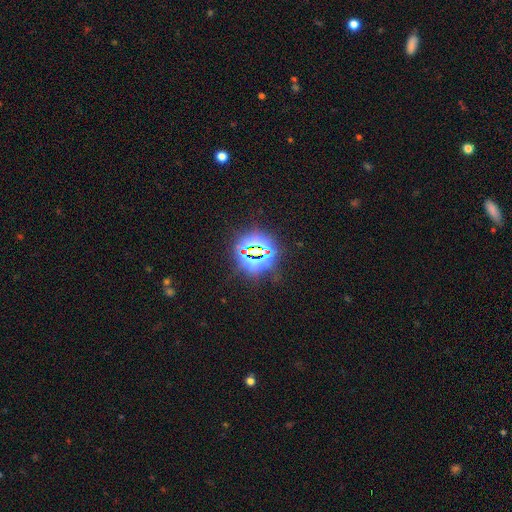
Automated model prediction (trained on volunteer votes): smooth_or_featured: star or artifact (p=0.79) [alt: smooth p=0.13]